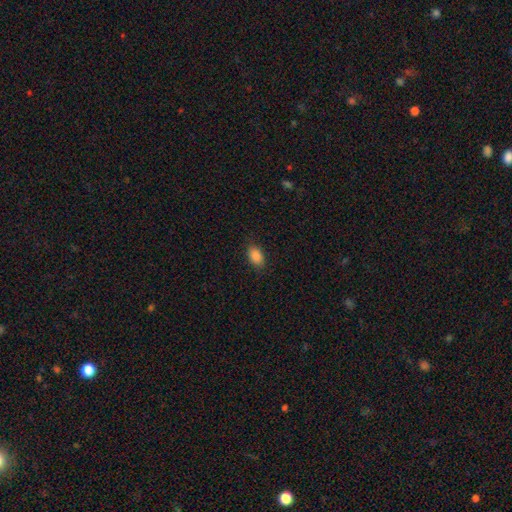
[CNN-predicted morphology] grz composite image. It shows a smooth galaxy with no disk features (88%) that is in between round and cigar-shaped (88%). Merging: none (86%).